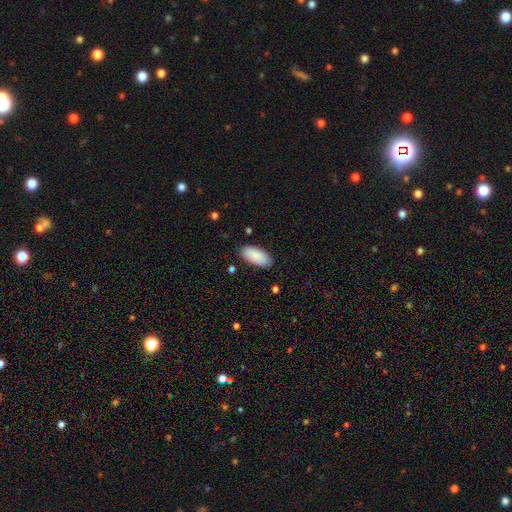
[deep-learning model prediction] smooth_or_featured: smooth (p=0.89) [alt: featured or disk p=0.06]
how_rounded: in between (p=0.93) [alt: cigar-shaped p=0.05]
merging: none (p=0.87) [alt: minor disturbance p=0.10]